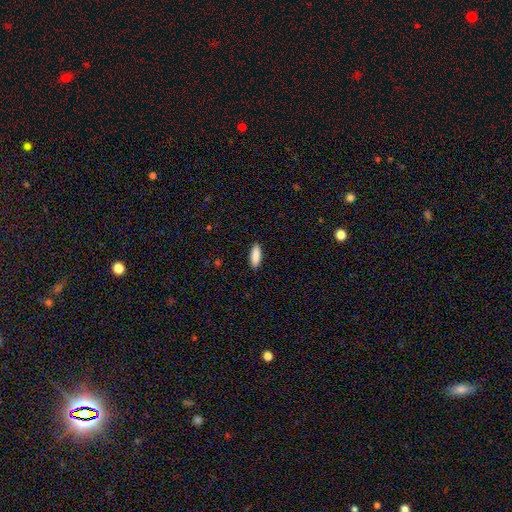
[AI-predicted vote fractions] Q: Smooth or featured?
A: smooth (90%); runner-up: star or artifact (6%)
Q: How rounded?
A: in between (66%); runner-up: cigar-shaped (32%)
Q: Merging?
A: none (89%); runner-up: minor disturbance (8%)